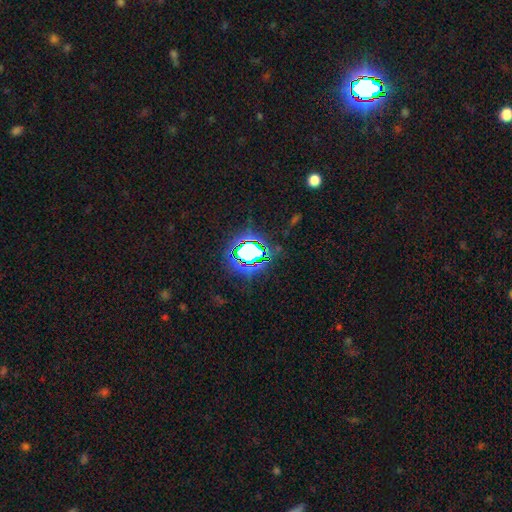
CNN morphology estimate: smooth-or-featured: star or artifact: 74% | smooth: 16% | featured or disk: 10%